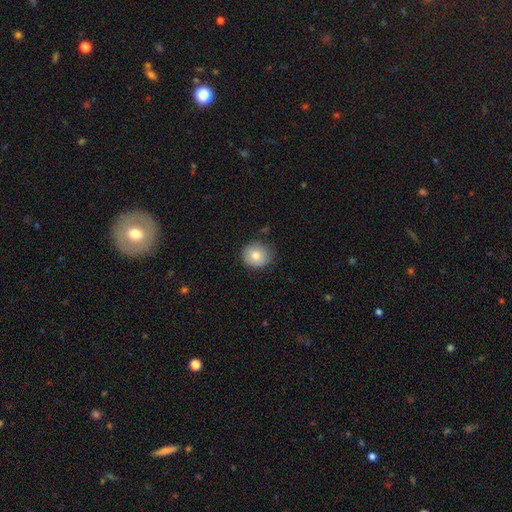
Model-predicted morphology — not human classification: Smooth or featured?
  - smooth: 80% *
  - featured or disk: 12%
  - star or artifact: 9%
How rounded?
  - round: 84% *
  - in between: 15%
  - cigar-shaped: 1%
Merging?
  - none: 79% *
  - minor disturbance: 16%
  - major disturbance: 3%
  - merger: 1%